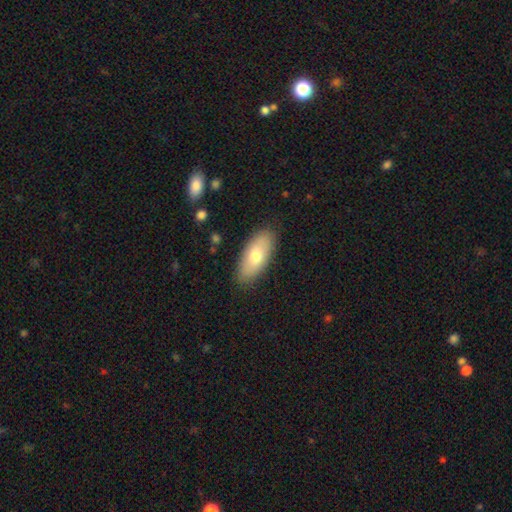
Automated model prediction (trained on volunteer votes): A smooth galaxy with no disk features (72%) that is in between round and cigar-shaped (87%). Merging: none (86%).